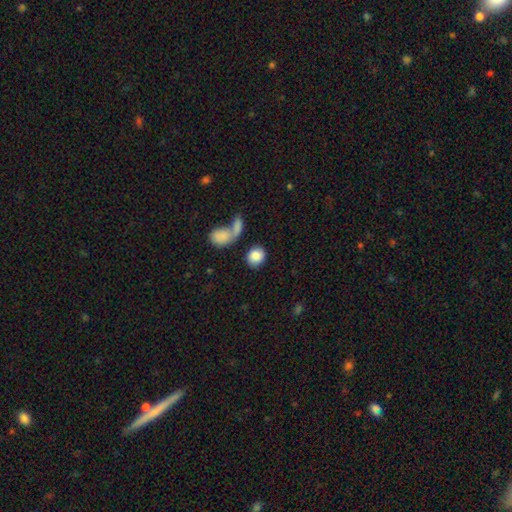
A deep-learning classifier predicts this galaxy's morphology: This appears to be a smooth galaxy with no disk features (86%) that is round (62%). Merging: none (63%).